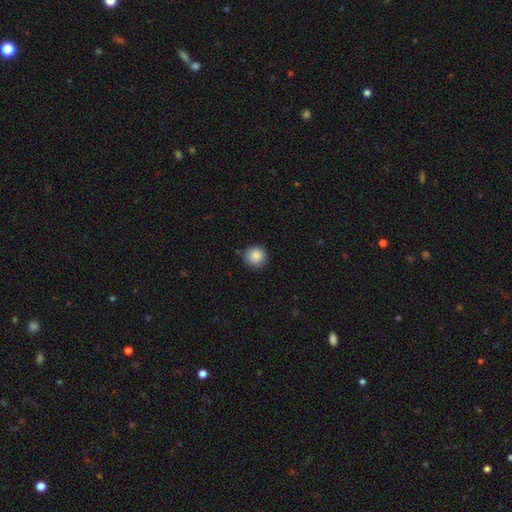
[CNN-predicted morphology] Q: Smooth or featured?
A: smooth (87%); runner-up: star or artifact (9%)
Q: How rounded?
A: round (94%); runner-up: in between (5%)
Q: Merging?
A: none (86%); runner-up: minor disturbance (11%)